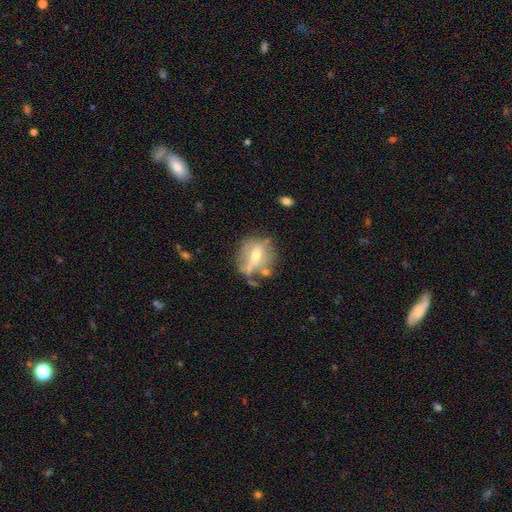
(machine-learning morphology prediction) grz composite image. It shows a featured or disk galaxy (46%). Merging: none (52%).